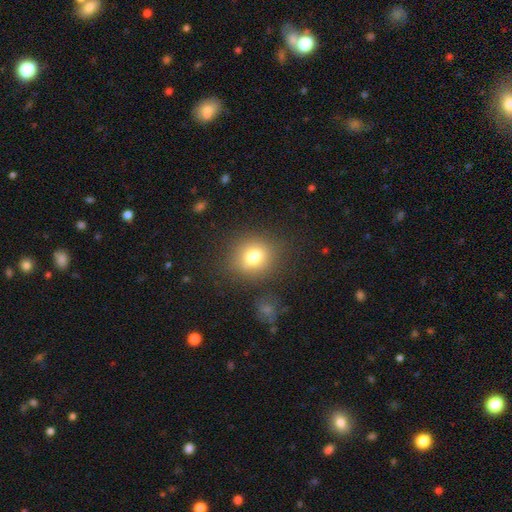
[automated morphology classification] A smooth galaxy with no disk features (76%) that is round (68%). Merging: none (80%).